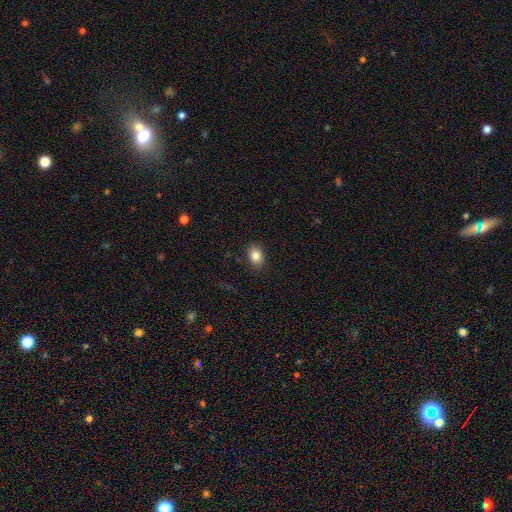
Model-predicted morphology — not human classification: smooth_or_featured: smooth (p=0.85) [alt: star or artifact p=0.09]
how_rounded: in between (p=0.69) [alt: round p=0.30]
merging: none (p=0.87) [alt: minor disturbance p=0.09]